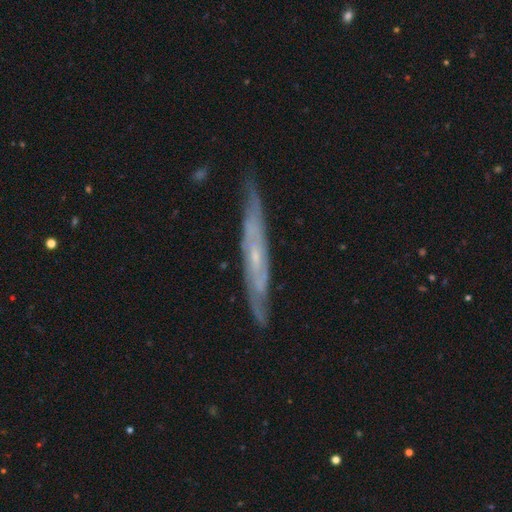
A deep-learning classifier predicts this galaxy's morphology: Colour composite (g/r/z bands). It shows a featured or disk galaxy (75%) viewed edge-on (68%) with no central bulge (59%). Merging: none (80%).